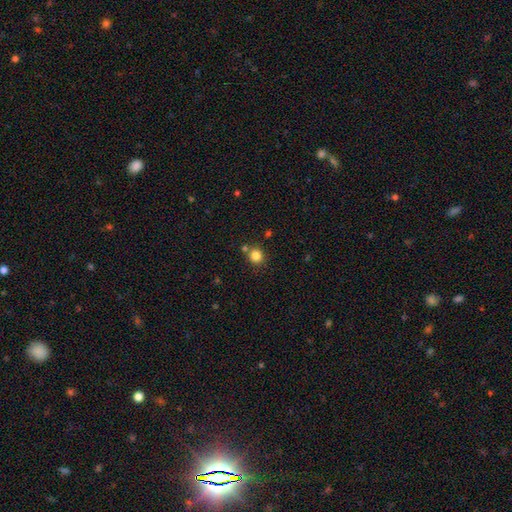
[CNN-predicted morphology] Smooth or featured? smooth (83%)
How rounded? round (88%)
Merging? none (78%)